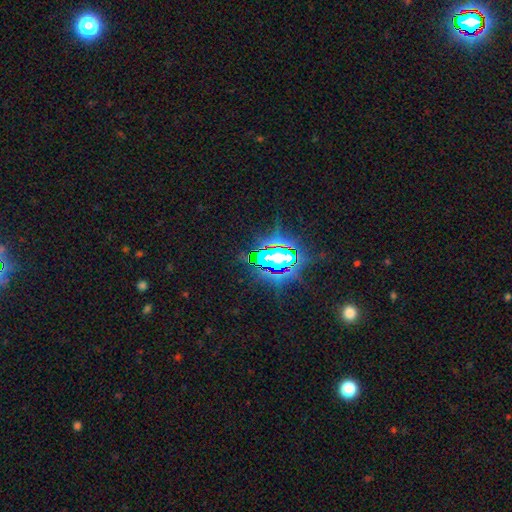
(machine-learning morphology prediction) Smooth or featured? Predicted: star or artifact (p=0.82).